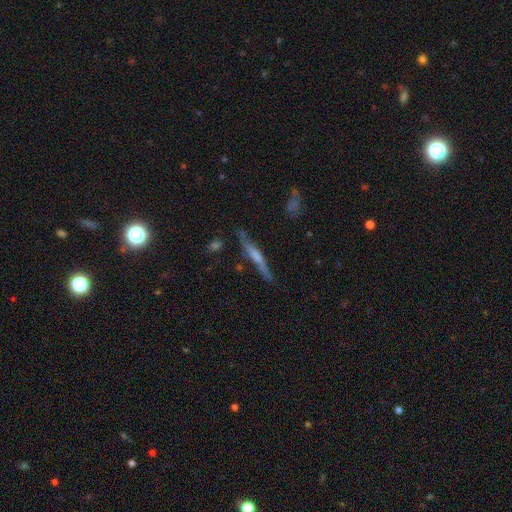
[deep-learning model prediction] featured or disk 59%, smooth 33%, star or artifact 8%. Down the decision tree: edge-on disk — yes (92%); edge-on bulge — rounded (38%); merging — none (78%).